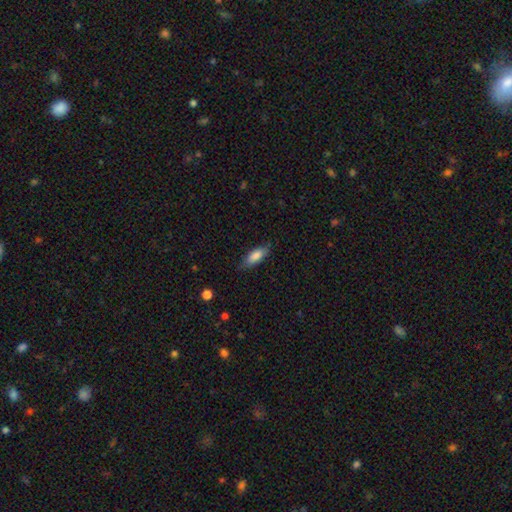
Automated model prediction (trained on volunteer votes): Smooth or featured? Predicted: smooth (p=0.81). How rounded? Predicted: in between (p=0.70). Merging? Predicted: none (p=0.79).